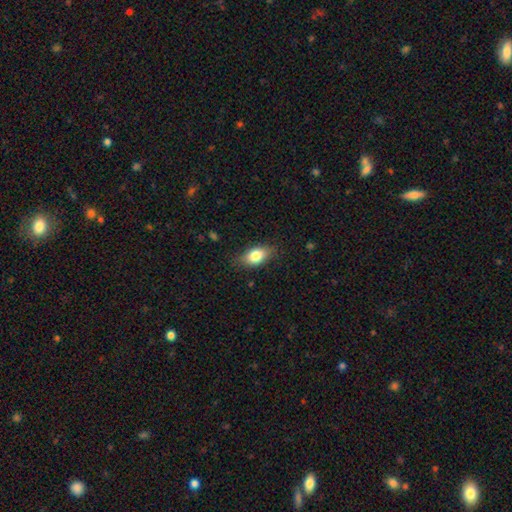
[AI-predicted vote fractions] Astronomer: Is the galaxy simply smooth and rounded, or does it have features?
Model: smooth — 79%.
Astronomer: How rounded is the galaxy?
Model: in between — 85%.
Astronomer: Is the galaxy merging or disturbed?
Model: none — 80%.